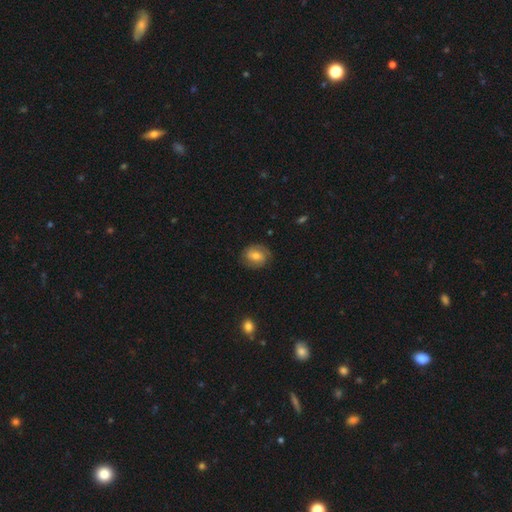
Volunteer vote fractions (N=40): Q: Smooth or featured?
A: smooth (52%); runner-up: featured or disk (40%)
Q: How rounded?
A: in between (52%); runner-up: round (48%)
Q: Merging?
A: none (78%); runner-up: minor disturbance (11%)